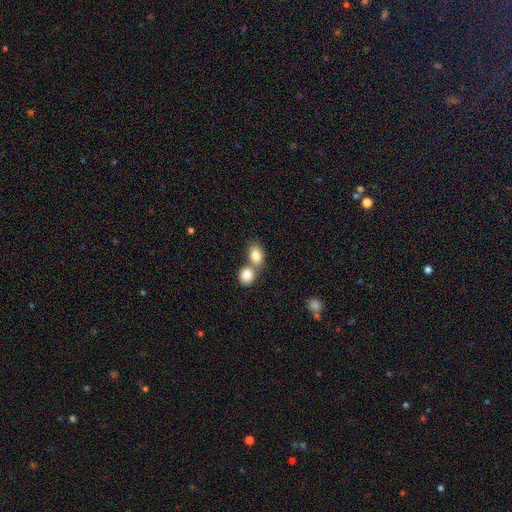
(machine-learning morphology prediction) Overall: smooth (83%). How rounded: in between (69%). Merging: merger (53%; none 37%).